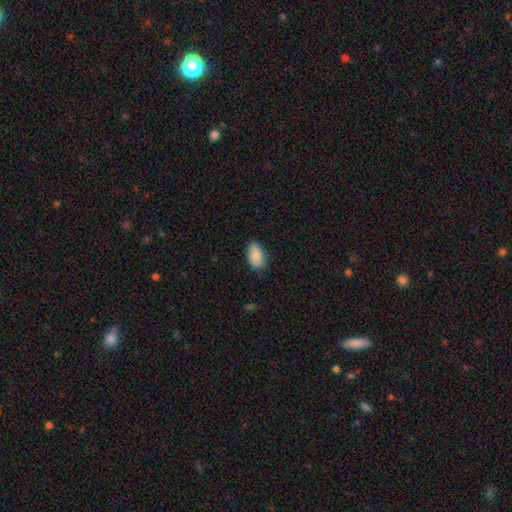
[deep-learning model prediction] Smooth or featured? smooth (87%)
How rounded? in between (93%)
Merging? none (80%)